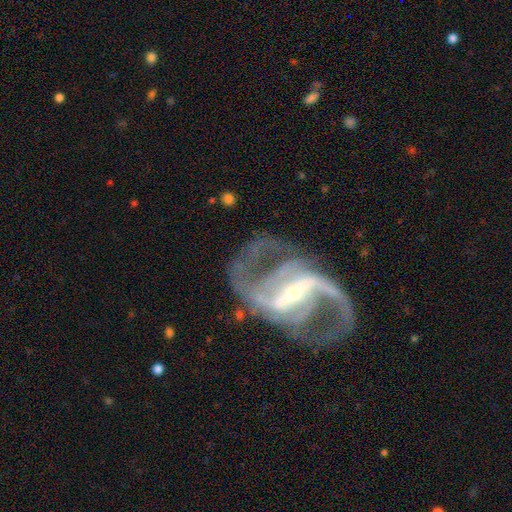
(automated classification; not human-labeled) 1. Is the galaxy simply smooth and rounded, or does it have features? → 92% featured or disk, 5% star or artifact, 3% smooth.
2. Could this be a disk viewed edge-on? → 97% no, 3% yes.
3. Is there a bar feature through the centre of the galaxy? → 69% strong, 24% weak, 6% no.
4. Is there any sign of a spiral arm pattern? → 98% yes, 2% no.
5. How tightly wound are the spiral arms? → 51% medium, 34% loose, 15% tight.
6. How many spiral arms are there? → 78% 2, 8% 3, 5% can't tell, 3% 4, 3% 1, 3% more than 4.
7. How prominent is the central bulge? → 63% small, 30% moderate, 3% large, 3% none, 1% dominant.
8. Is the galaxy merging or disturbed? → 68% none, 15% minor disturbance, 14% major disturbance, 2% merger.